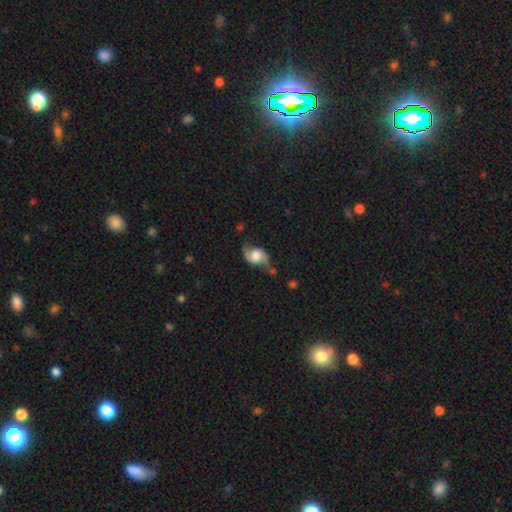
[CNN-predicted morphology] This is likely a featured or disk galaxy (67%). It is clearly not viewed edge-on (94%). Bar: possibly no (56%). Spiral arm pattern: clearly yes (89%). Spiral arm count: clearly 2 (90%). Spiral winding: likely loose (65%). Central bulge: marginally large (42%). Merging: possibly none (56%).